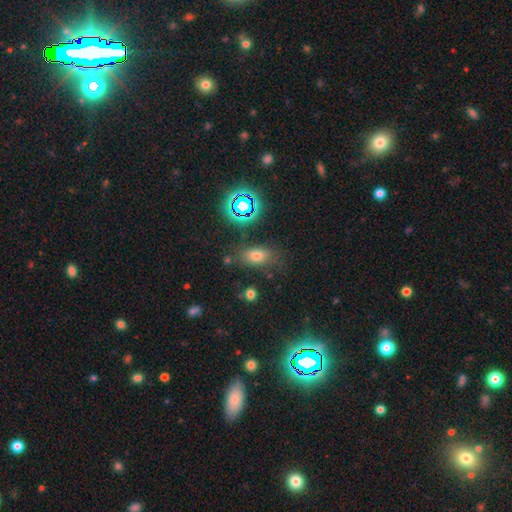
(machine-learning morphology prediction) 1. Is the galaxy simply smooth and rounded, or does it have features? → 52% smooth, 36% star or artifact, 12% featured or disk.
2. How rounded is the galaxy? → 74% in between, 20% round, 6% cigar-shaped.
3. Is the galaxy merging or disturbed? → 78% none, 13% minor disturbance, 5% major disturbance, 4% merger.